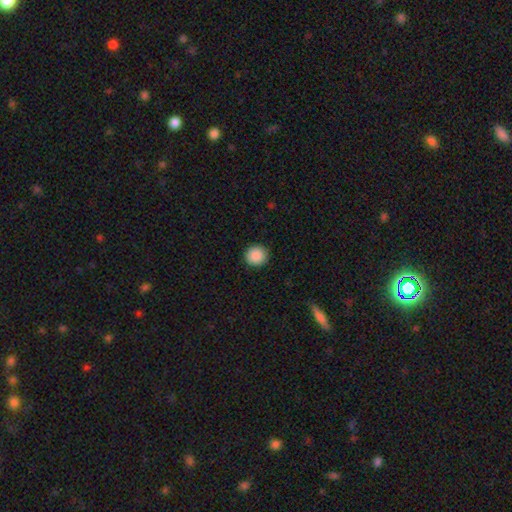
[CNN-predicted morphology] Smooth or featured: smooth — 89% (star or artifact — 8%)
How rounded: round — 94% (in between — 5%)
Merging: none — 92% (minor disturbance — 5%)